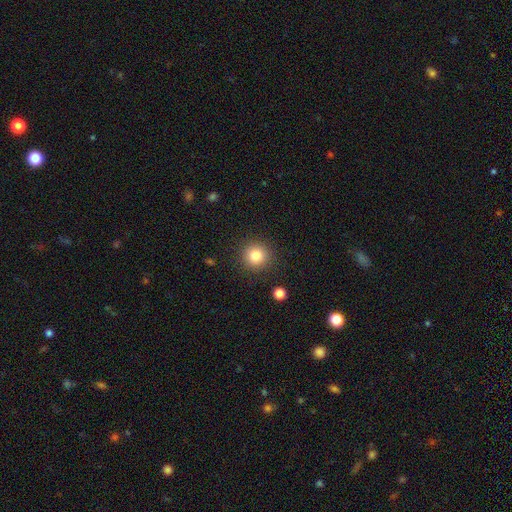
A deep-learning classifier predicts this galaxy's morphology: This is clearly a smooth galaxy (83%). How rounded: clearly round (94%). Merging: clearly none (89%).